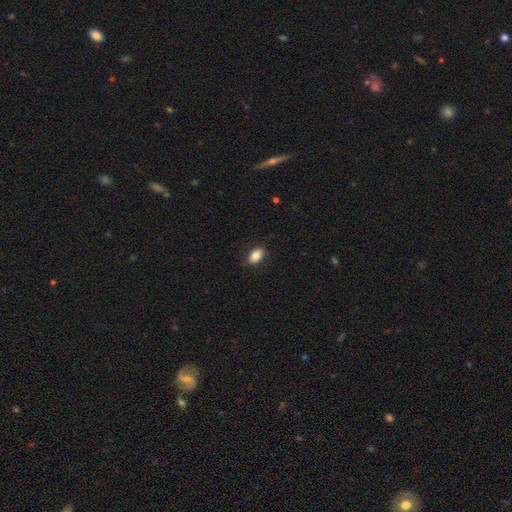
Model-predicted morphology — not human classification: type=smooth (83%); roundness=in between (88%); merging=none (83%).